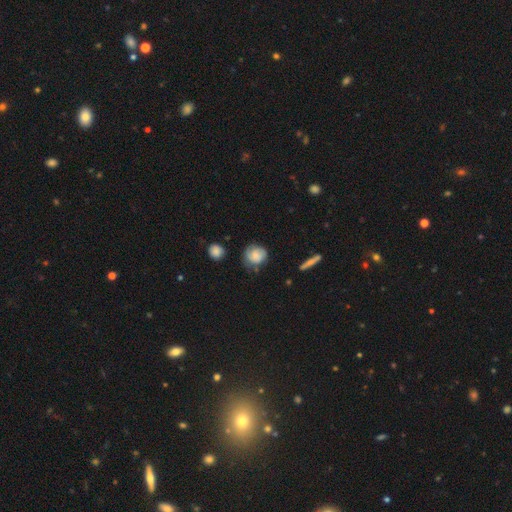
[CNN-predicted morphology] Smooth or featured? smooth (67%)
How rounded? round (77%)
Merging? none (60%)